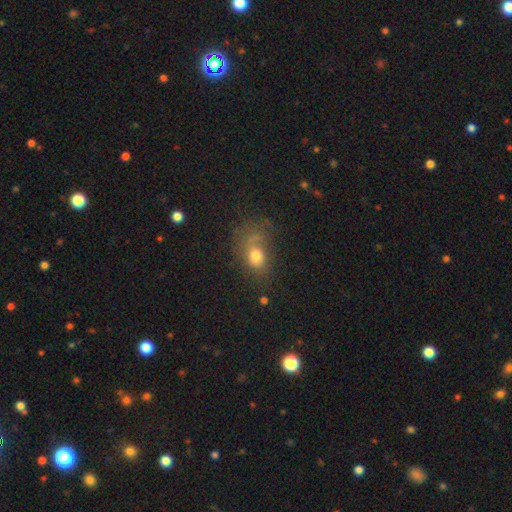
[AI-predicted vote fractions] Overall: smooth (66%). How rounded: in between (65%; round 33%). Merging: none (43%; major disturbance 25%).